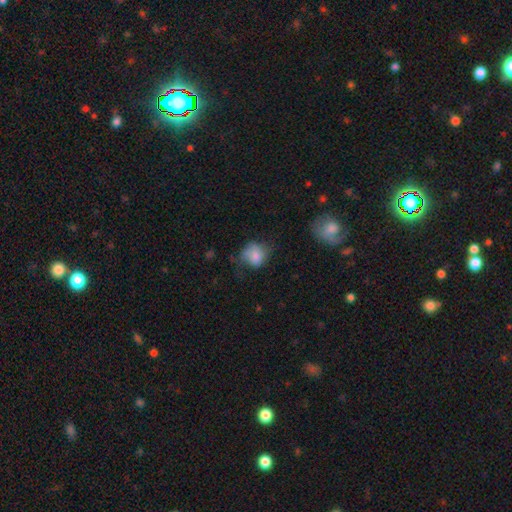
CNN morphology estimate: This is likely a smooth galaxy (74%). How rounded: possibly round (58%). Merging: marginally none (41%).